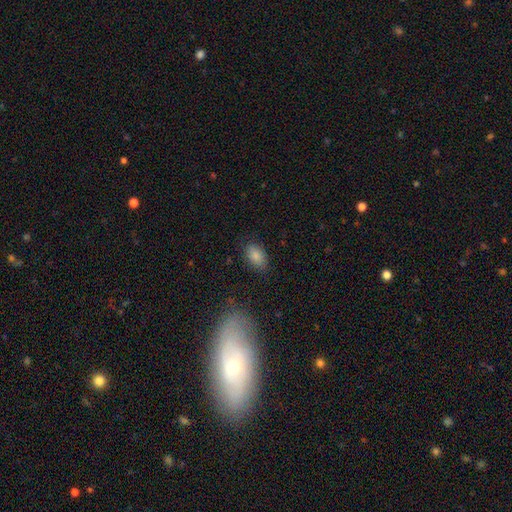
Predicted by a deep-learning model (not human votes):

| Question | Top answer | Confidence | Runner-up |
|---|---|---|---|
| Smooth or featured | smooth | 85% | star or artifact (8%) |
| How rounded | in between | 91% | round (7%) |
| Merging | none | 83% | minor disturbance (13%) |